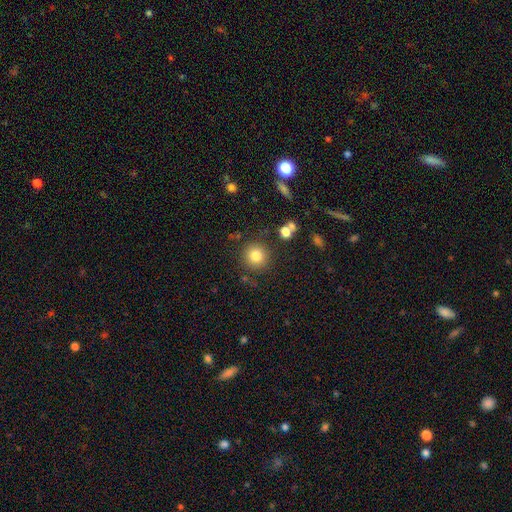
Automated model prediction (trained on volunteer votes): Smooth or featured: smooth — 81% (star or artifact — 12%)
How rounded: round — 93% (in between — 6%)
Merging: none — 85% (minor disturbance — 8%)